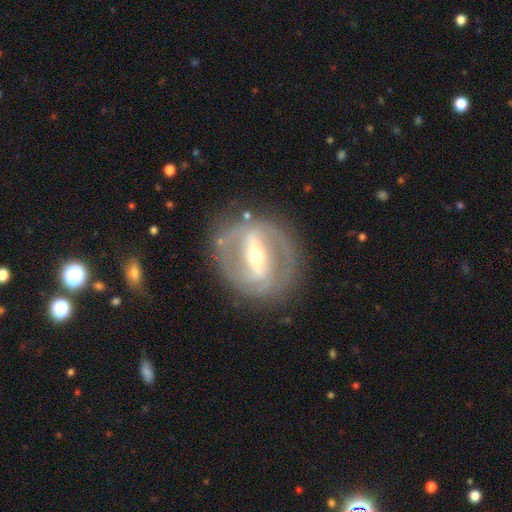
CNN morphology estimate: Q: Smooth or featured?
A: featured or disk (83%); runner-up: smooth (11%)
Q: Edge-on disk?
A: no (92%); runner-up: yes (8%)
Q: Bar?
A: strong (72%); runner-up: weak (19%)
Q: Spiral arms?
A: yes (68%); runner-up: no (32%)
Q: Spiral winding?
A: tight (47%); runner-up: medium (38%)
Q: Spiral arm count?
A: 2 (75%); runner-up: can't tell (14%)
Q: Bulge size?
A: moderate (50%); runner-up: small (44%)
Q: Merging?
A: none (79%); runner-up: minor disturbance (12%)